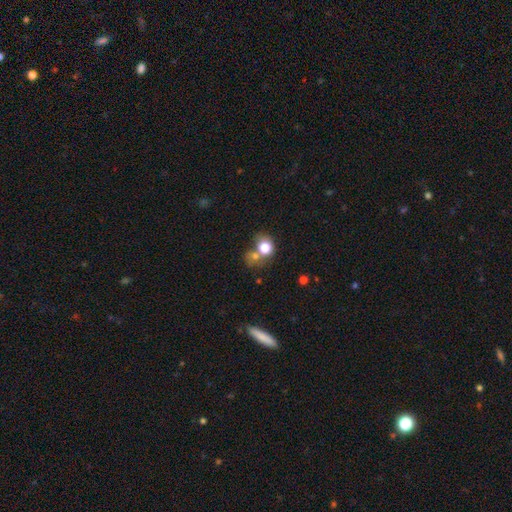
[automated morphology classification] Smooth or featured? smooth (67%)
How rounded? round (75%)
Merging? none (45%)